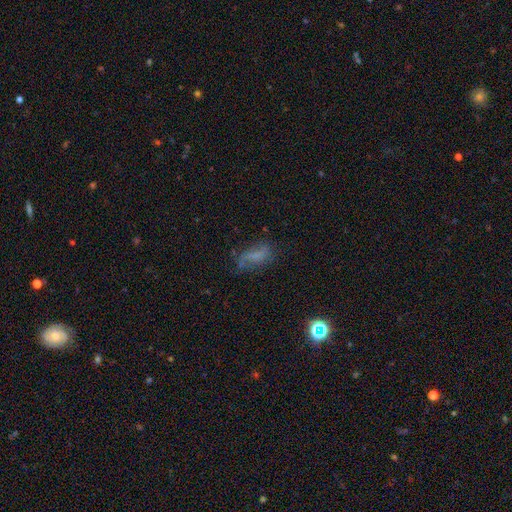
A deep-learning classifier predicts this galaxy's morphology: This is possibly a smooth galaxy (46%). Merging: possibly none (51%).